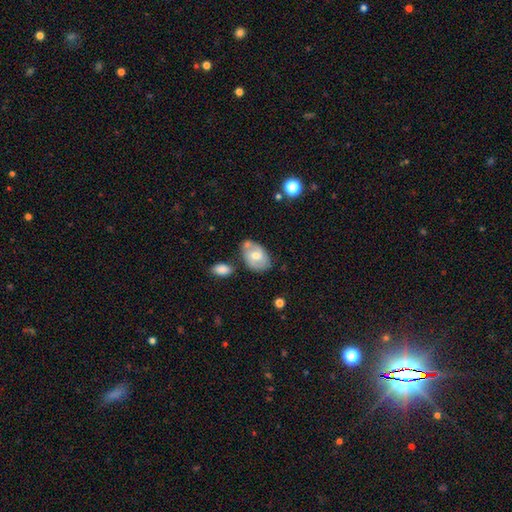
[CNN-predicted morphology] This appears to be a featured or disk galaxy (49%). Merging: none (59%).